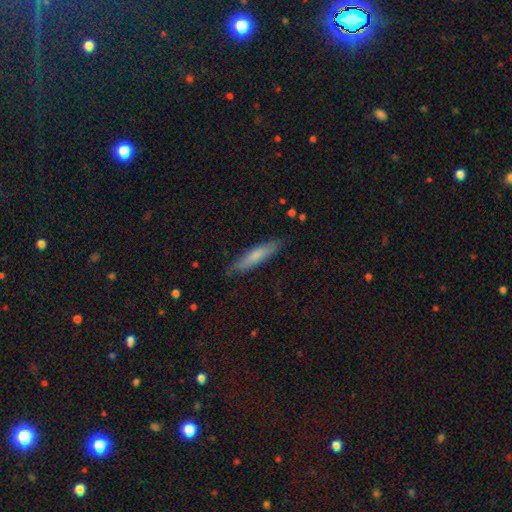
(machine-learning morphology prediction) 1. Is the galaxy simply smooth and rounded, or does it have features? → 68% smooth, 27% featured or disk, 6% star or artifact.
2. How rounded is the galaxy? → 83% cigar-shaped, 15% in between, 1% round.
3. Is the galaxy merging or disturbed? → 81% none, 16% minor disturbance, 3% major disturbance, 1% merger.